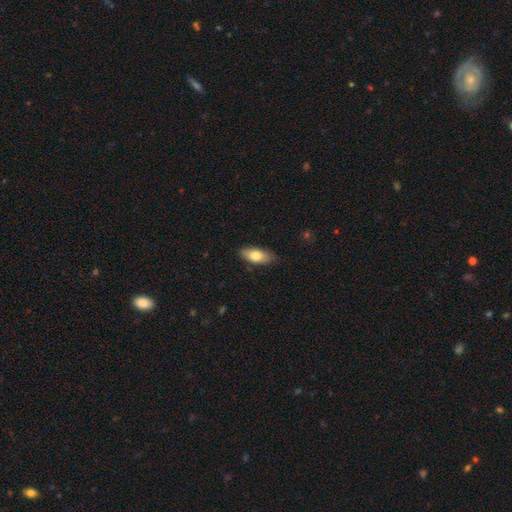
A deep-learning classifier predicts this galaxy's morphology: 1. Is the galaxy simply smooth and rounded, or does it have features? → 75% smooth, 19% featured or disk, 6% star or artifact.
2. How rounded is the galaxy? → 83% in between, 14% cigar-shaped, 3% round.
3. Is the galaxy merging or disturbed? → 83% none, 14% minor disturbance, 2% major disturbance, 1% merger.